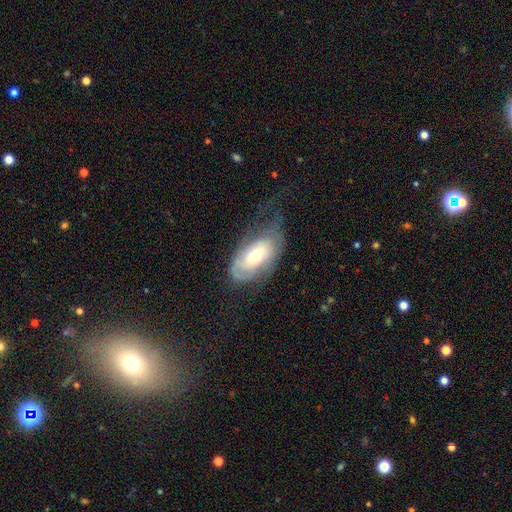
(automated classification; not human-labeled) A featured or disk galaxy (53%). Merging: none (39%).